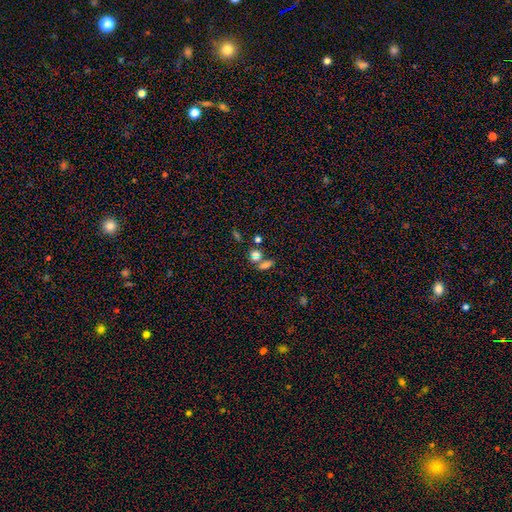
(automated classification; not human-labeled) The model was most divided on "merging": none: 50%, merger: 35%, minor disturbance: 10%, major disturbance: 5%. More confident: smooth or featured — smooth (75%); how rounded — round (60%).